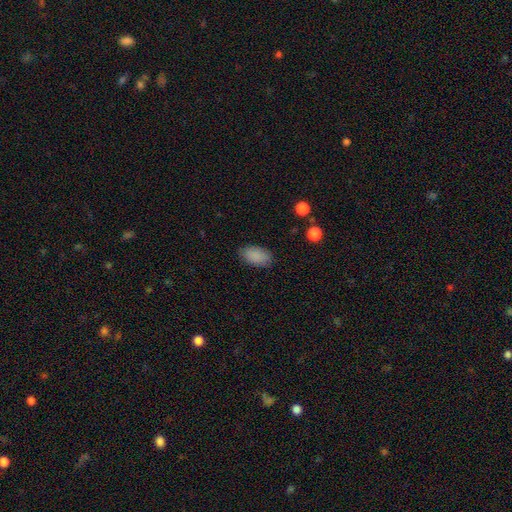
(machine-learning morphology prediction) Q: Smooth or featured?
A: smooth (88%); runner-up: star or artifact (8%)
Q: How rounded?
A: in between (93%); runner-up: round (6%)
Q: Merging?
A: none (84%); runner-up: minor disturbance (12%)